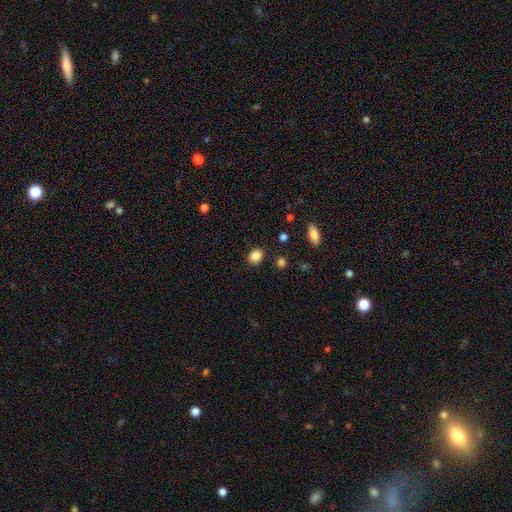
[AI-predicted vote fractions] Q: Smooth or featured?
A: smooth (86%); runner-up: star or artifact (10%)
Q: How rounded?
A: in between (50%); runner-up: round (49%)
Q: Merging?
A: none (84%); runner-up: minor disturbance (11%)